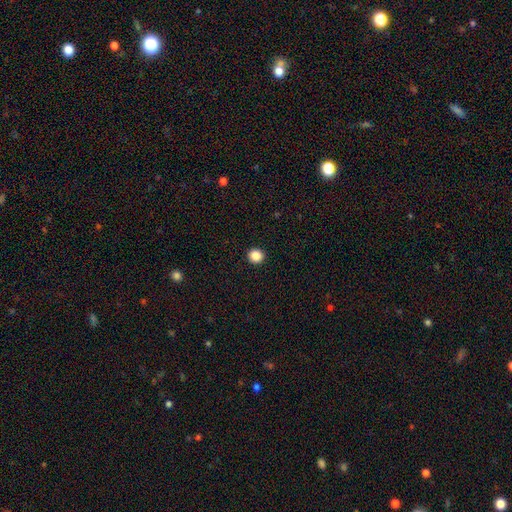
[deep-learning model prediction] Smooth or featured? smooth (87%)
How rounded? round (93%)
Merging? none (94%)